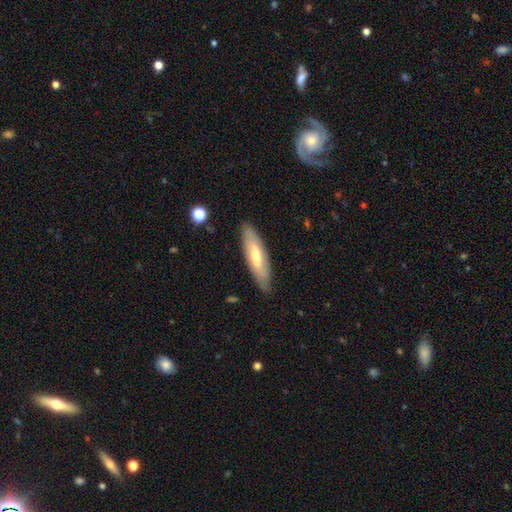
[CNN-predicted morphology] Q: Smooth or featured?
A: featured or disk (49%); runner-up: smooth (45%)
Q: Merging?
A: none (84%); runner-up: minor disturbance (12%)